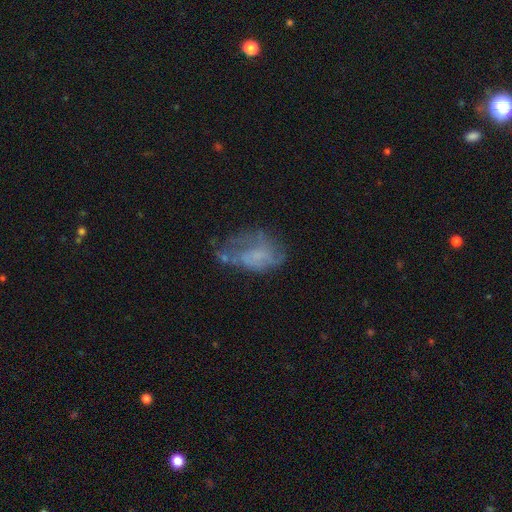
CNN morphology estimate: Smooth or featured? featured or disk (50%)
Edge-on disk? no (96%)
Merging? none (37%)